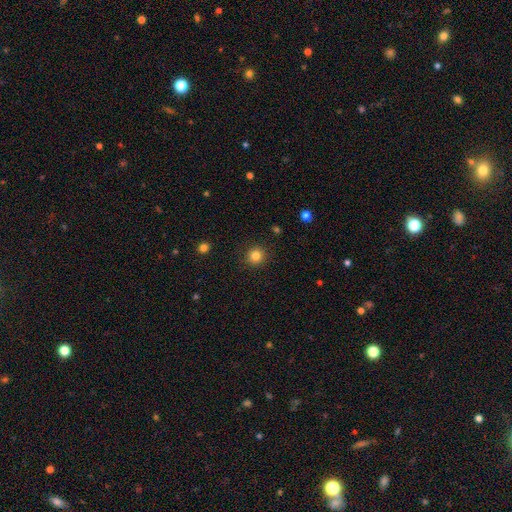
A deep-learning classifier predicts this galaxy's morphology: Smooth or featured? Predicted: smooth (p=0.82). How rounded? Predicted: round (p=0.94). Merging? Predicted: none (p=0.91).